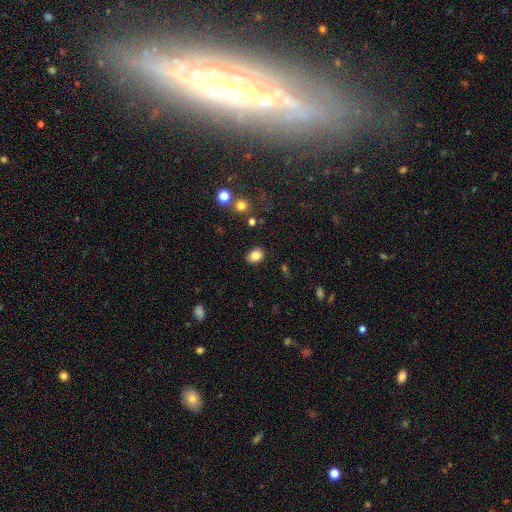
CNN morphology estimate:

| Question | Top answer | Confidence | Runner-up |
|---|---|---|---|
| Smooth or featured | smooth | 83% | star or artifact (10%) |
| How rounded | in between | 60% | round (39%) |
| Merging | none | 85% | minor disturbance (10%) |